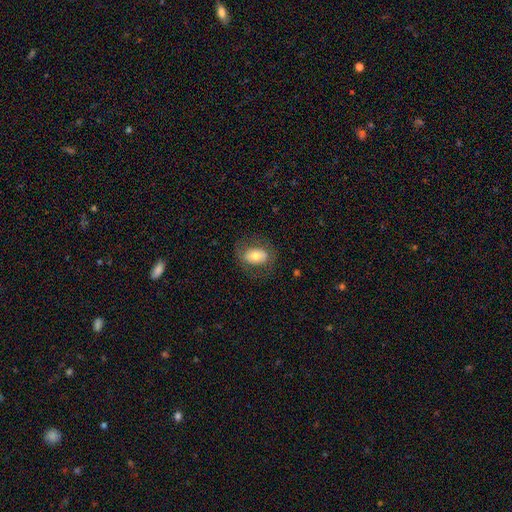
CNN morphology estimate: Smooth or featured? Predicted: smooth (p=0.62). How rounded? Predicted: in between (p=0.76). Merging? Predicted: none (p=0.72).